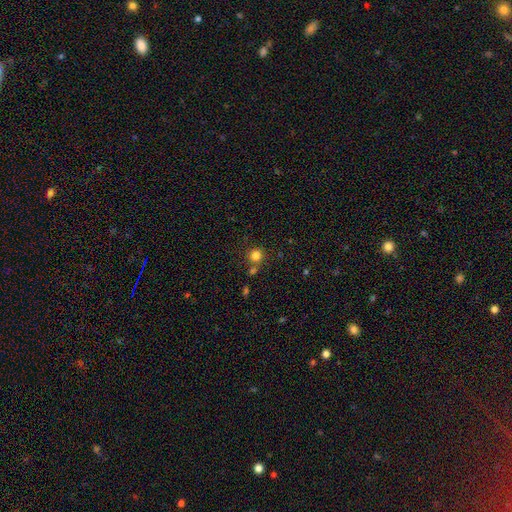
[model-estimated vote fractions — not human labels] Morphology: type=smooth (82%); roundness=round (91%); merging=none (72%).